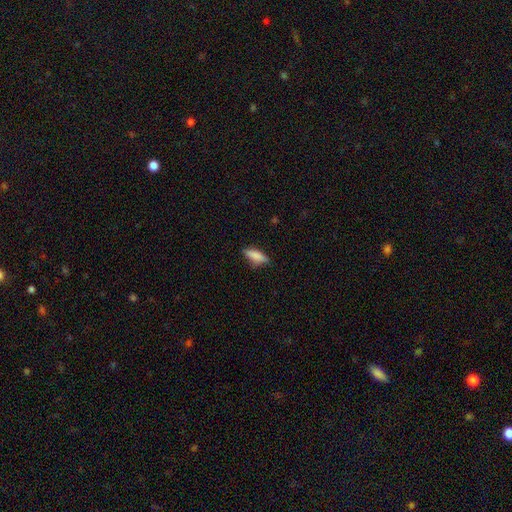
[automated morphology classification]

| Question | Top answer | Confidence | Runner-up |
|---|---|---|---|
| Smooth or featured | smooth | 82% | featured or disk (11%) |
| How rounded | in between | 56% | cigar-shaped (41%) |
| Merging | none | 77% | minor disturbance (18%) |